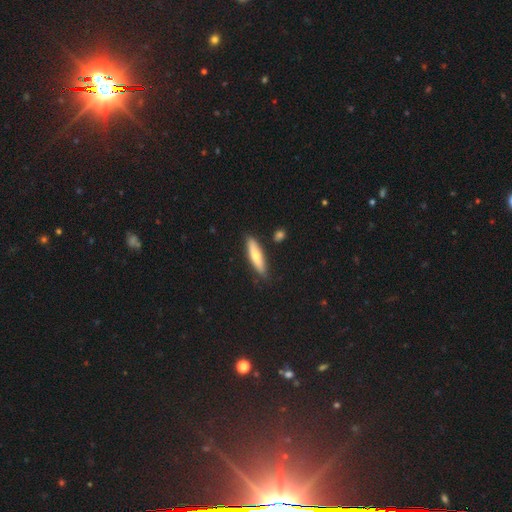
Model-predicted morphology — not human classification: This is likely a smooth galaxy (62%). How rounded: likely cigar-shaped (74%). Merging: clearly none (85%).